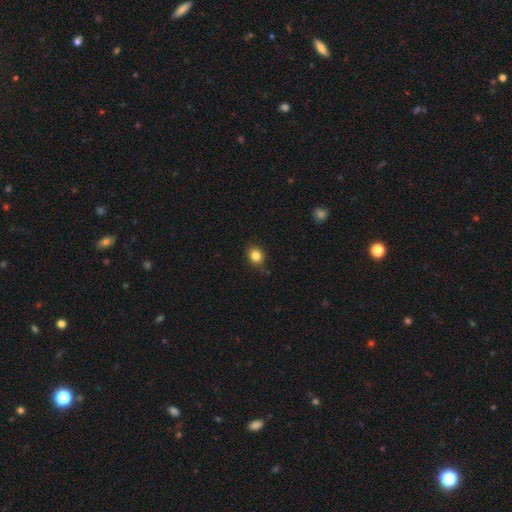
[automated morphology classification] Smooth or featured: smooth — 83% (star or artifact — 11%)
How rounded: round — 63% (in between — 36%)
Merging: none — 85% (minor disturbance — 11%)